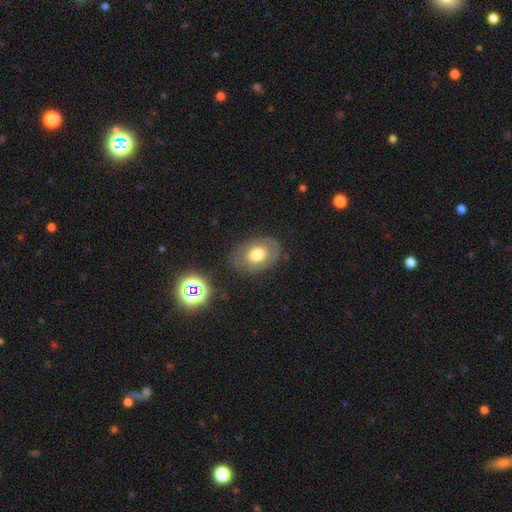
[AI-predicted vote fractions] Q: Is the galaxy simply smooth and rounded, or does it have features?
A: smooth — 51%.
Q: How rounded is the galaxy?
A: in between — 74%.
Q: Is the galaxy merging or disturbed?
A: none — 79%.